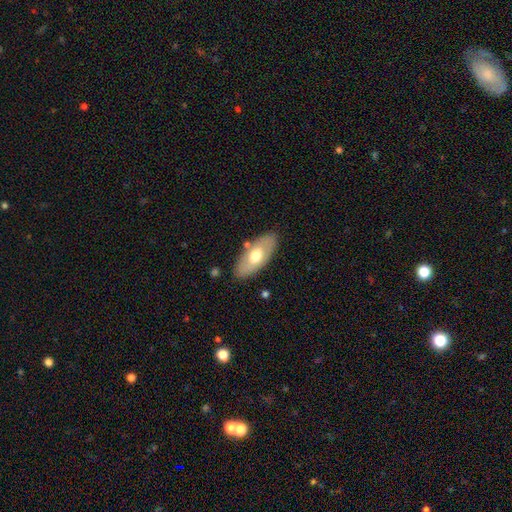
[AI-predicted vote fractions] Morphology: type=smooth (57%); roundness=in between (88%); merging=none (82%).